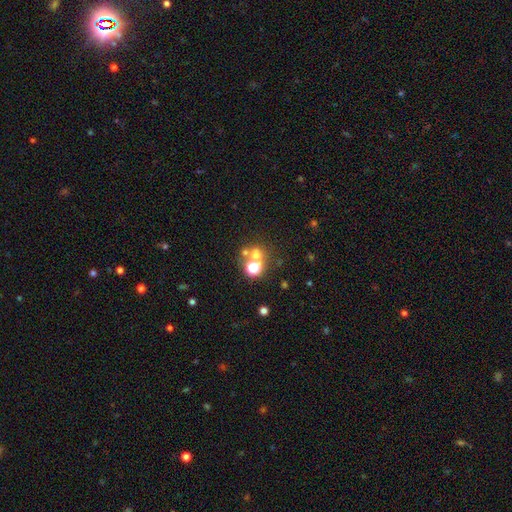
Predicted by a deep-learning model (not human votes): Smooth or featured? smooth (55%)
How rounded? round (82%)
Merging? none (48%)